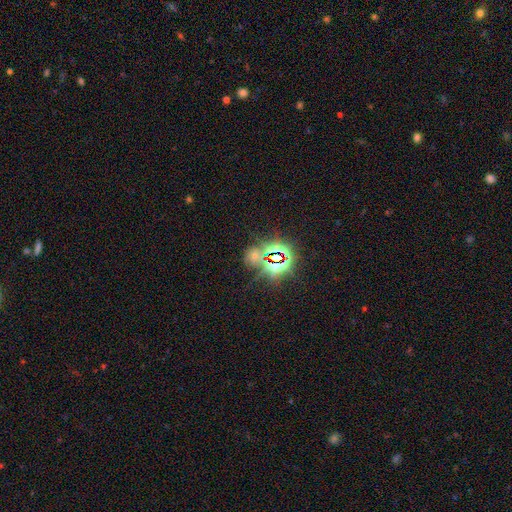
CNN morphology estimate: This is likely a star or artifact rather than a galaxy (77%).